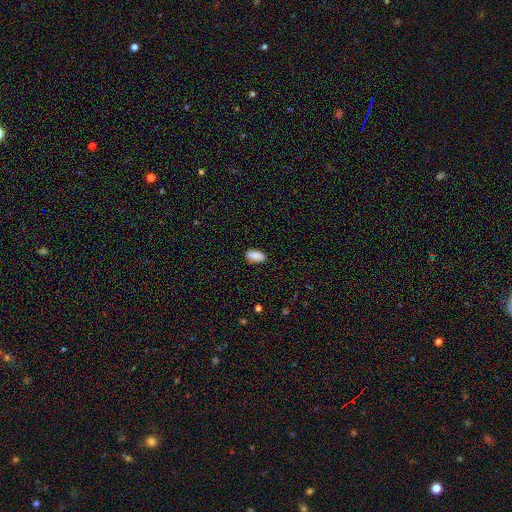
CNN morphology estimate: Smooth or featured: smooth — 89% (star or artifact — 7%)
How rounded: in between — 91% (cigar-shaped — 7%)
Merging: none — 87% (minor disturbance — 10%)